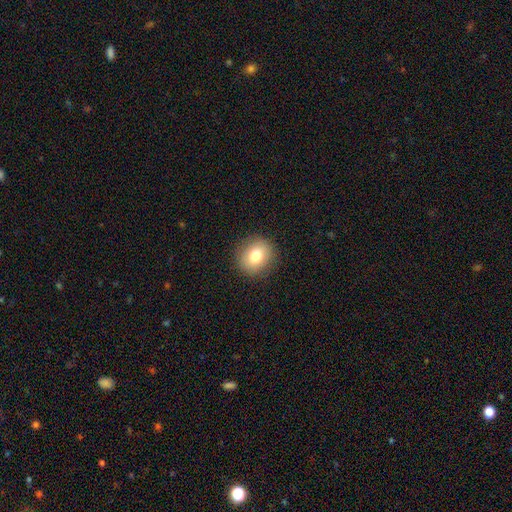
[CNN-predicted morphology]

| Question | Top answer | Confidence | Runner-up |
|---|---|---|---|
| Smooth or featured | smooth | 78% | featured or disk (13%) |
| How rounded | round | 78% | in between (21%) |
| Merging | none | 89% | minor disturbance (8%) |